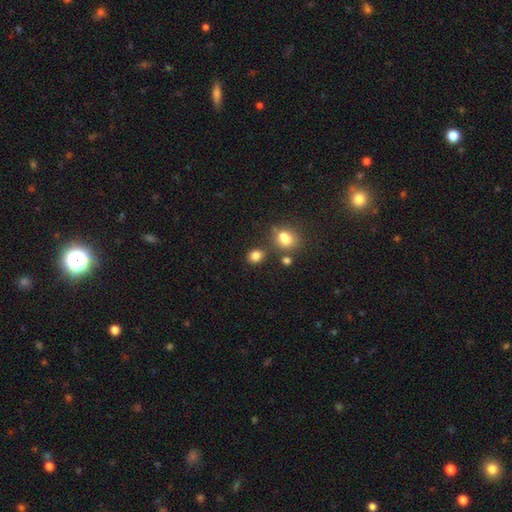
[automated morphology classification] Overall: smooth (82%). How rounded: round (64%; in between 35%). Merging: none (75%).